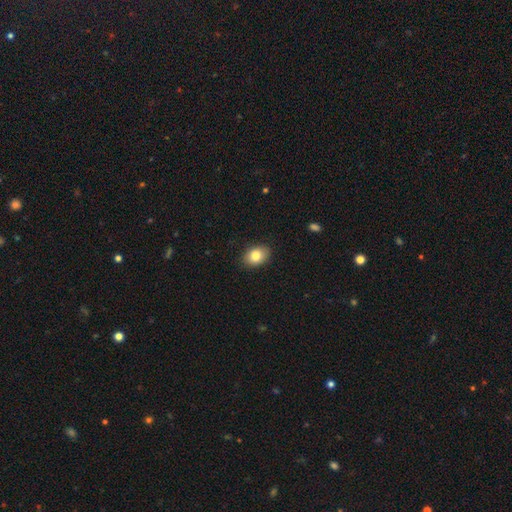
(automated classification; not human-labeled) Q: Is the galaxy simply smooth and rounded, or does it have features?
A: smooth — 83%.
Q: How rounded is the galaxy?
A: in between — 77%.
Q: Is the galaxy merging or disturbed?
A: none — 87%.